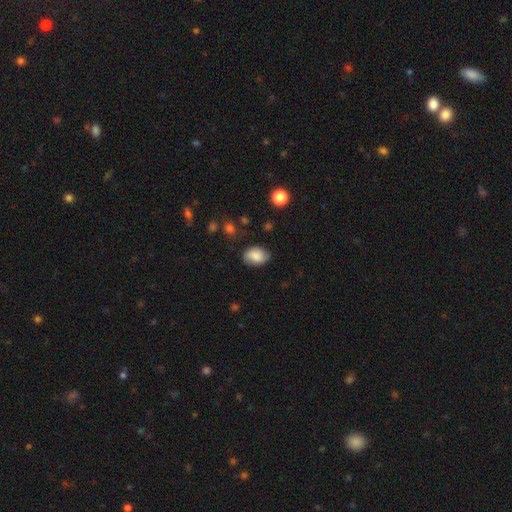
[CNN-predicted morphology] Smooth or featured? Predicted: smooth (p=0.69). How rounded? Predicted: in between (p=0.77). Merging? Predicted: none (p=0.73).